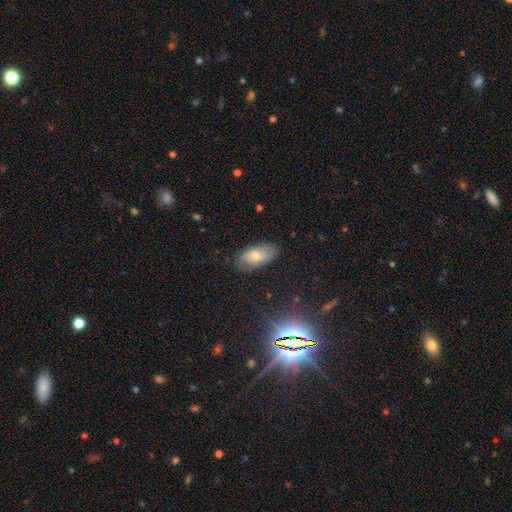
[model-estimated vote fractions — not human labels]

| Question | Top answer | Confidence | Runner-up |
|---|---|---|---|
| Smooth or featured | smooth | 50% | featured or disk (34%) |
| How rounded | in between | 91% | cigar-shaped (5%) |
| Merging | none | 81% | minor disturbance (15%) |